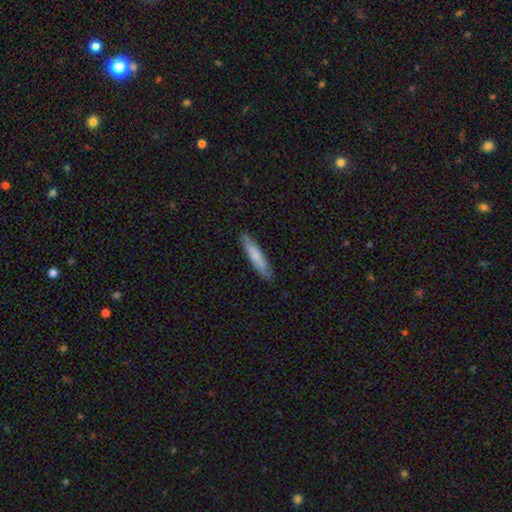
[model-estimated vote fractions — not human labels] Q: Smooth or featured?
A: smooth (66%); runner-up: featured or disk (29%)
Q: How rounded?
A: cigar-shaped (87%); runner-up: in between (12%)
Q: Merging?
A: none (85%); runner-up: minor disturbance (12%)